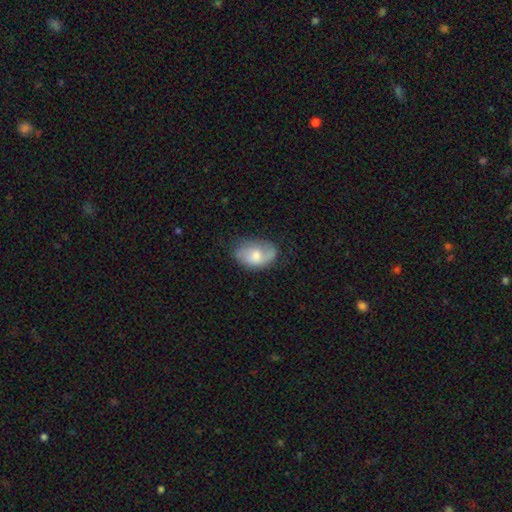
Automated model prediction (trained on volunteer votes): smooth_or_featured: smooth (p=0.56) [alt: featured or disk p=0.37]
how_rounded: in between (p=0.87) [alt: round p=0.11]
merging: none (p=0.56) [alt: minor disturbance p=0.30]